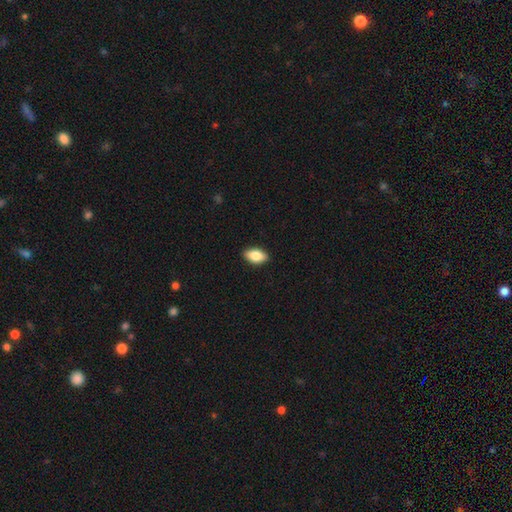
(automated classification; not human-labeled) Overall: smooth (84%). How rounded: in between (91%). Merging: none (89%).